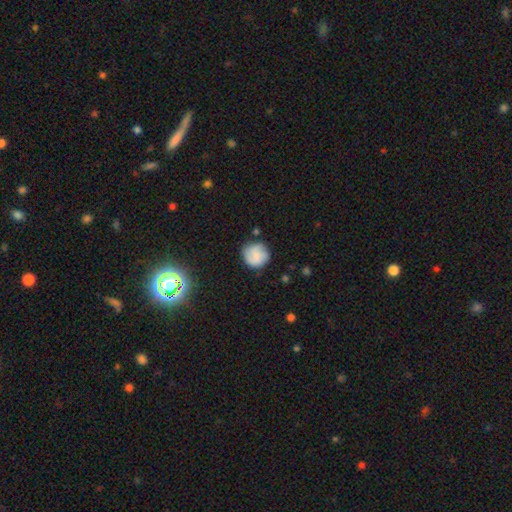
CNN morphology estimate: Smooth or featured?
  - smooth: 56% *
  - featured or disk: 35%
  - star or artifact: 8%
How rounded?
  - round: 91% *
  - in between: 8%
  - cigar-shaped: 1%
Merging?
  - none: 74% *
  - minor disturbance: 18%
  - major disturbance: 5%
  - merger: 2%